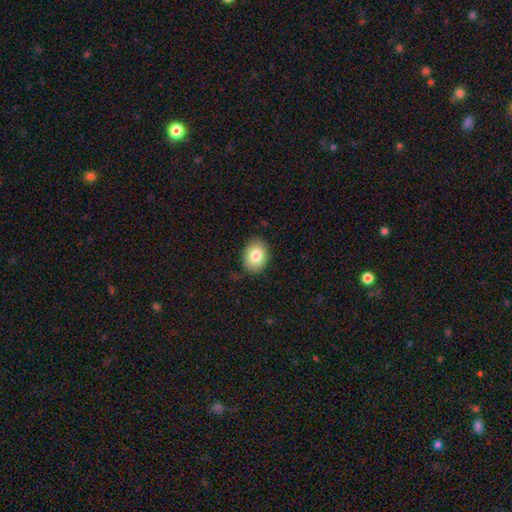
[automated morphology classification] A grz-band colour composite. It shows a smooth galaxy with no disk features (82%) that is in between round and cigar-shaped (67%). Merging: none (85%).